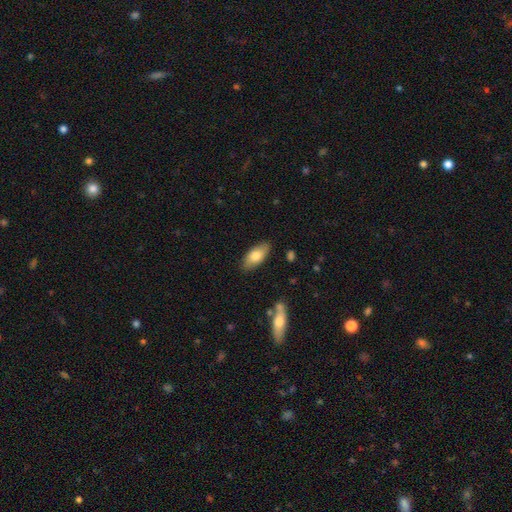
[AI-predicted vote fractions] This appears to be a smooth galaxy with no disk features (77%) that is in between round and cigar-shaped (88%). Merging: none (85%).